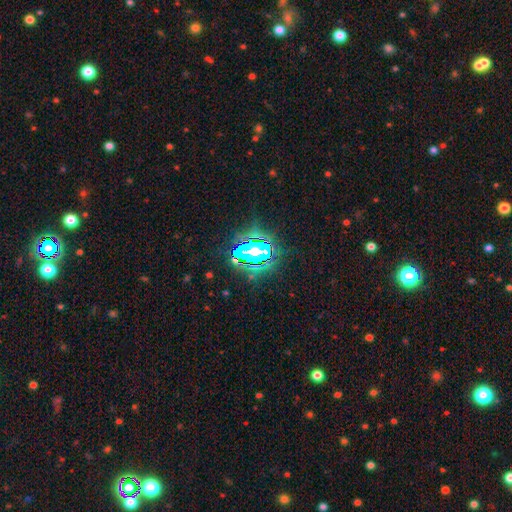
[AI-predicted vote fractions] This appears to be a star or artifact, not a galaxy (61%).